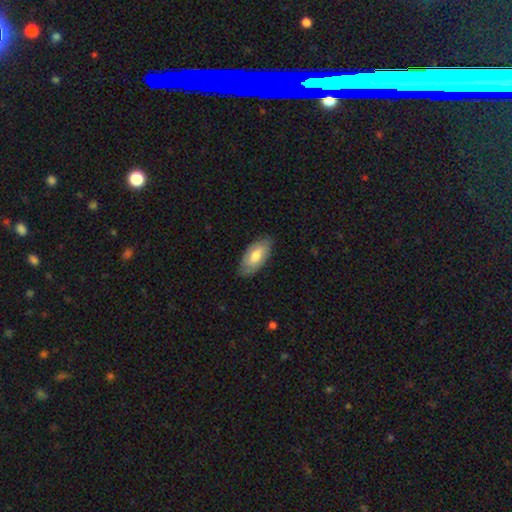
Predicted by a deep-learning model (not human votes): This appears to be a smooth galaxy with no disk features (66%) that is in between round and cigar-shaped (91%). Merging: none (80%).